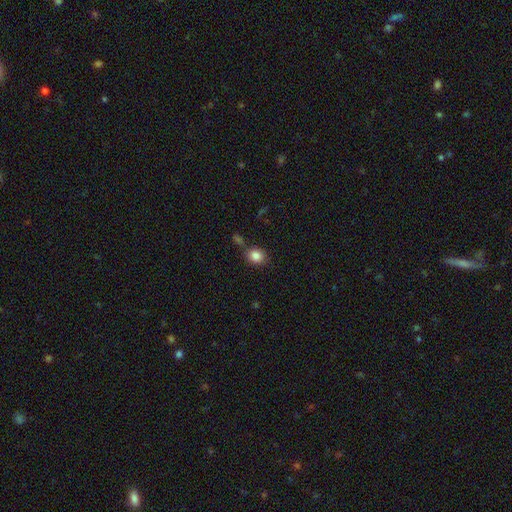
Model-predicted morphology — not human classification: Smooth or featured? Predicted: smooth (p=0.85). How rounded? Predicted: round (p=0.65). Merging? Predicted: none (p=0.72).